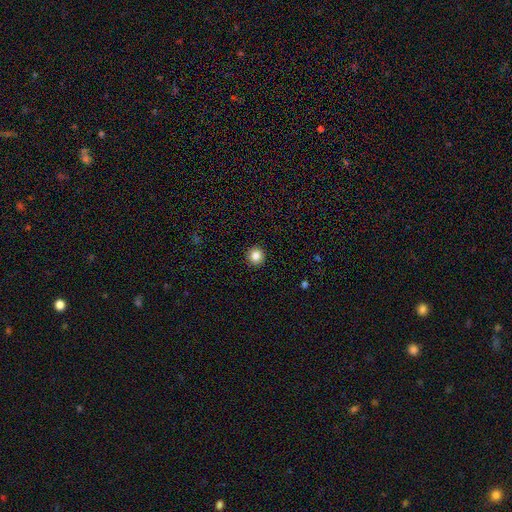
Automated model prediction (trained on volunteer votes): A smooth galaxy with no disk features (85%) that is round (95%).

Vote fractions:
- Smooth or featured? smooth: 85% / star or artifact: 10% / featured or disk: 5%
- How rounded? round: 95% / in between: 4% / cigar-shaped: 1%
- Merging? none: 93% / minor disturbance: 4% / major disturbance: 1% / merger: 1%